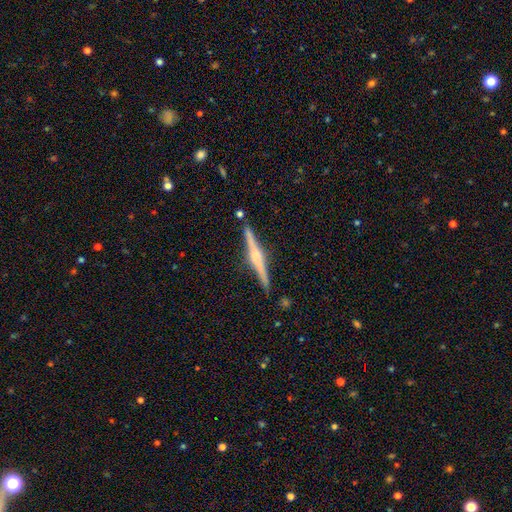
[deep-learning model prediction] Q: Smooth or featured?
A: featured or disk (83%); runner-up: smooth (12%)
Q: Edge-on disk?
A: yes (98%); runner-up: no (2%)
Q: Edge-on bulge?
A: rounded (78%); runner-up: boxy (15%)
Q: Merging?
A: none (90%); runner-up: minor disturbance (7%)